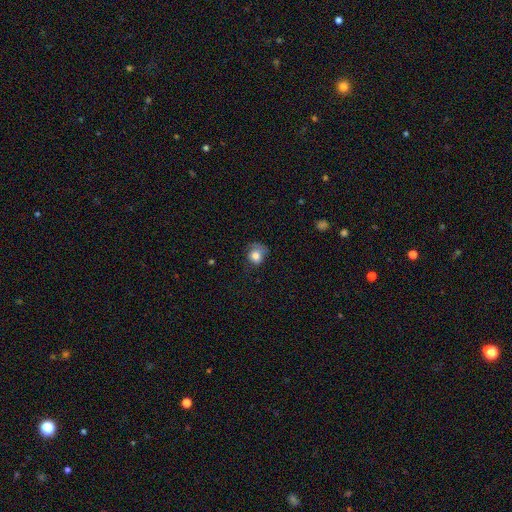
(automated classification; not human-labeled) Morphology: type=smooth (79%); roundness=round (70%); merging=none (48%).